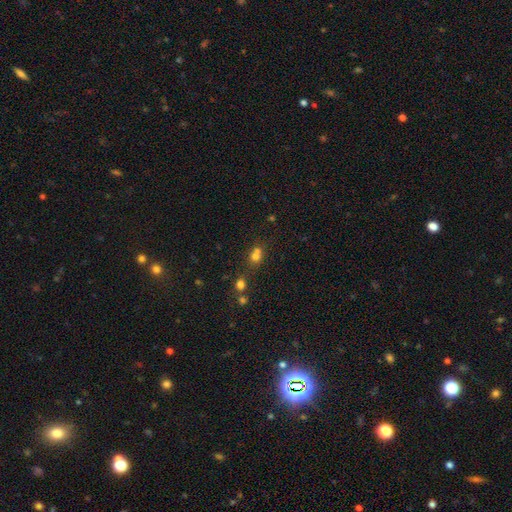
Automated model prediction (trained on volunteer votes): smooth-or-featured: smooth: 68% | star or artifact: 20% | featured or disk: 12%
  how-rounded: round: 74% | in between: 25% | cigar-shaped: 1%
  merging: merger: 47% | none: 41% | minor disturbance: 8% | major disturbance: 4%